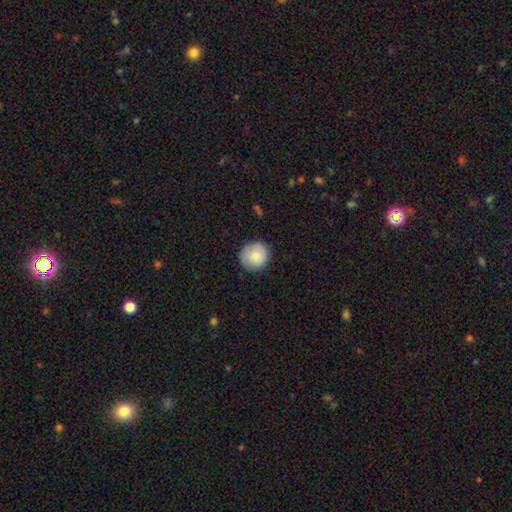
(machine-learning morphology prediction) type=smooth (82%); roundness=round (89%); merging=none (83%).